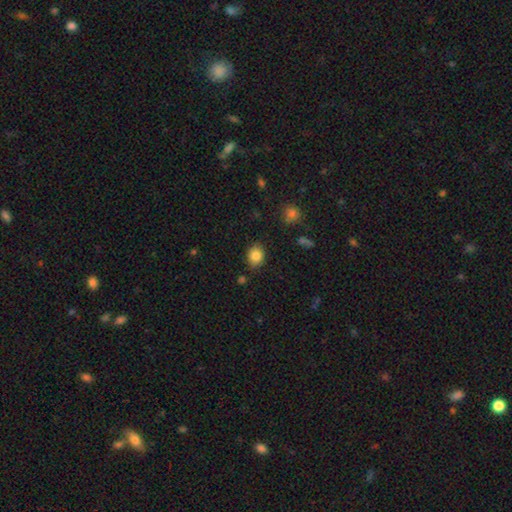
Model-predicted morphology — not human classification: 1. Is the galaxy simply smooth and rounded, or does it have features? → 85% smooth, 10% star or artifact, 5% featured or disk.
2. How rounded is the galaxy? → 51% round, 49% in between, 1% cigar-shaped.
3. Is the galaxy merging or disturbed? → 81% none, 13% minor disturbance, 3% major disturbance, 2% merger.